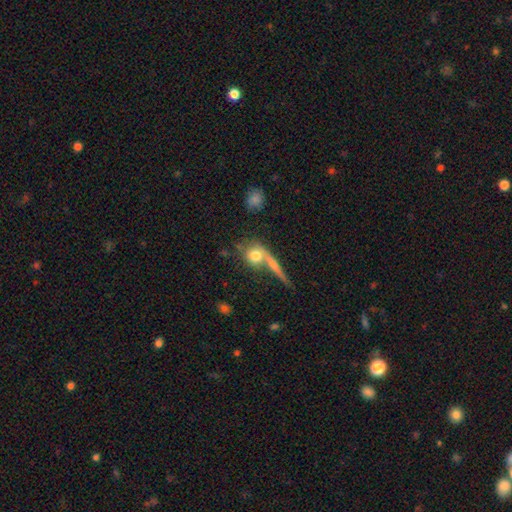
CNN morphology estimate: A smooth galaxy with no disk features (70%) that is round (77%).

Vote fractions:
- Smooth or featured? smooth: 70% / featured or disk: 20% / star or artifact: 10%
- How rounded? round: 77% / in between: 16% / cigar-shaped: 6%
- Merging? none: 46% / merger: 35% / minor disturbance: 11% / major disturbance: 8%